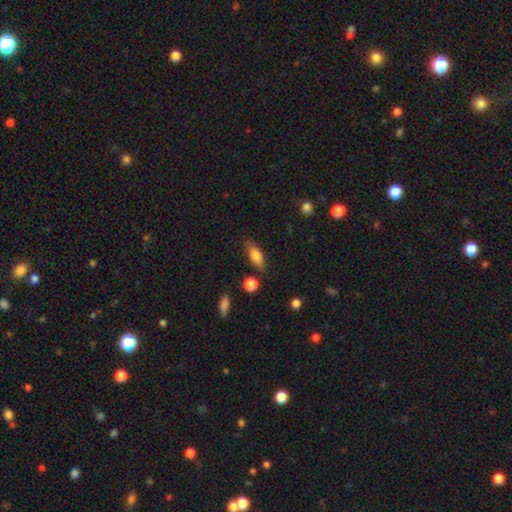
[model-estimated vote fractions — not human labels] Smooth or featured: smooth — 78% (featured or disk — 14%)
How rounded: in between — 75% (cigar-shaped — 21%)
Merging: none — 79% (minor disturbance — 15%)